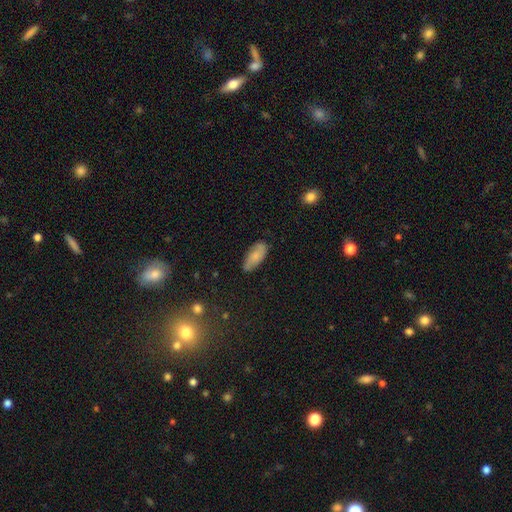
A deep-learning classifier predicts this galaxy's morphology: The model was most divided on "smooth or featured": smooth: 72%, featured or disk: 21%, star or artifact: 7%. More confident: how rounded — in between (84%); merging — none (76%).